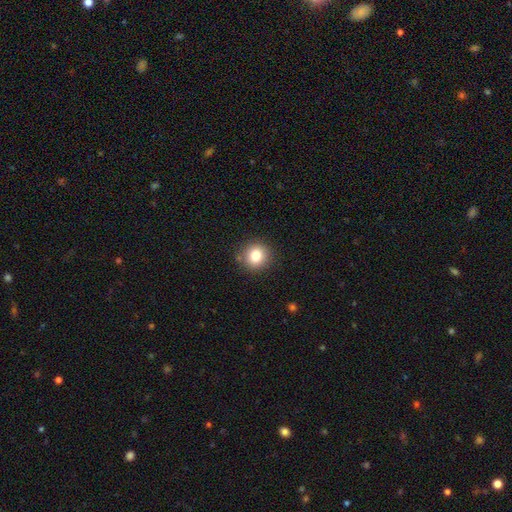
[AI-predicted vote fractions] Smooth or featured?
  - smooth: 81% *
  - star or artifact: 11%
  - featured or disk: 8%
How rounded?
  - round: 88% *
  - in between: 11%
  - cigar-shaped: 1%
Merging?
  - none: 87% *
  - minor disturbance: 8%
  - major disturbance: 2%
  - merger: 2%